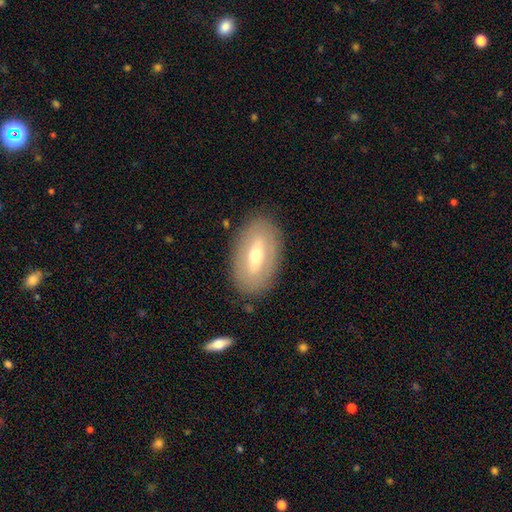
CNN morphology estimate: A featured or disk galaxy (55%). Merging: none (84%).